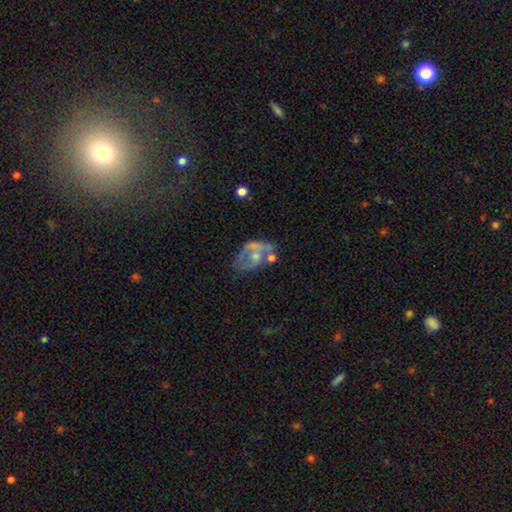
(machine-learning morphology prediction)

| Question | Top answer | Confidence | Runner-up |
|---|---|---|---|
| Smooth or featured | featured or disk | 58% | smooth (29%) |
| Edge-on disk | no | 96% | yes (4%) |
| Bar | no | 77% | weak (18%) |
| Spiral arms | no | 62% | yes (38%) |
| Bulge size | small | 42% | moderate (39%) |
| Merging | none | 37% | major disturbance (23%) |